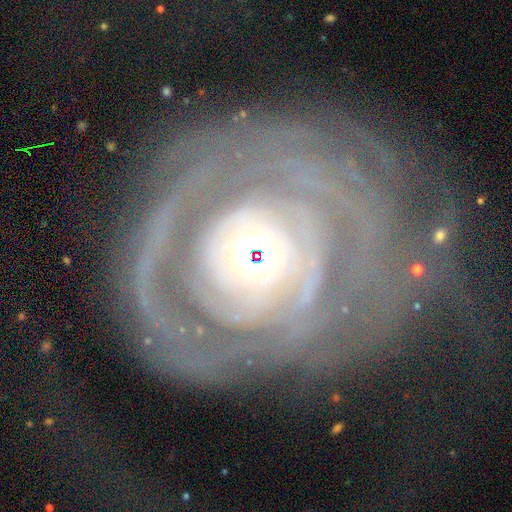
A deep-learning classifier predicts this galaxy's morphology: smooth-or-featured: featured or disk: 84% | smooth: 10% | star or artifact: 6%
  disk-edge-on: no: 96% | yes: 4%
    bar: no: 68% | weak: 19% | strong: 12%
    has-spiral-arms: yes: 82% | no: 18%
      spiral-winding: tight: 71% | medium: 19% | loose: 10%
      spiral-arm-count: can't tell: 32% | 2: 22% | 3: 13% | 1: 11% | 4: 11% | more than 4: 11%
    bulge-size: moderate: 51% | small: 26% | large: 17% | dominant: 3% | none: 3%
  merging: none: 62% | major disturbance: 18% | minor disturbance: 16% | merger: 4%